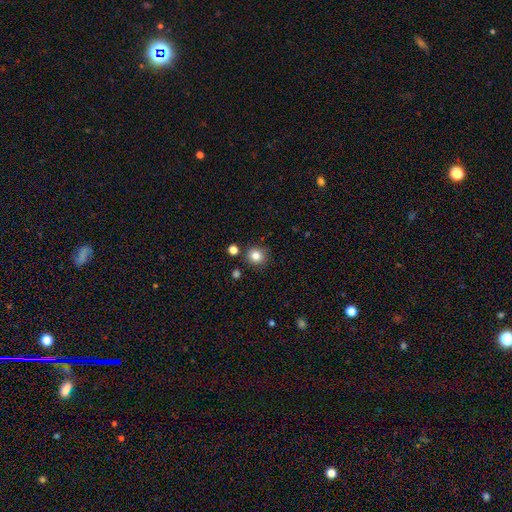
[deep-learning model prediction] Q: Smooth or featured?
A: smooth (83%); runner-up: star or artifact (12%)
Q: How rounded?
A: round (91%); runner-up: in between (8%)
Q: Merging?
A: none (84%); runner-up: minor disturbance (8%)